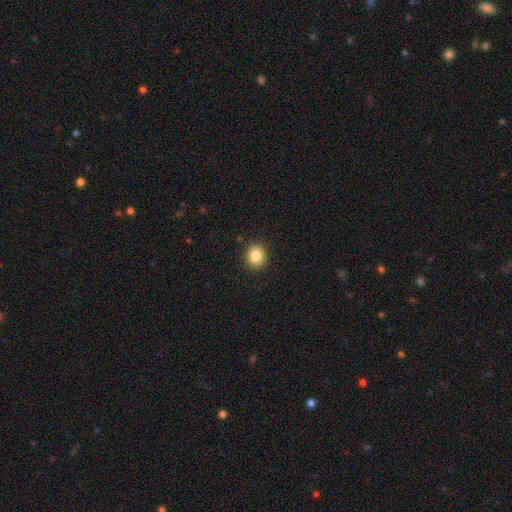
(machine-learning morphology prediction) Smooth or featured?
  - smooth: 86% *
  - star or artifact: 9%
  - featured or disk: 5%
How rounded?
  - round: 74% *
  - in between: 25%
  - cigar-shaped: 1%
Merging?
  - none: 90% *
  - minor disturbance: 7%
  - major disturbance: 2%
  - merger: 1%